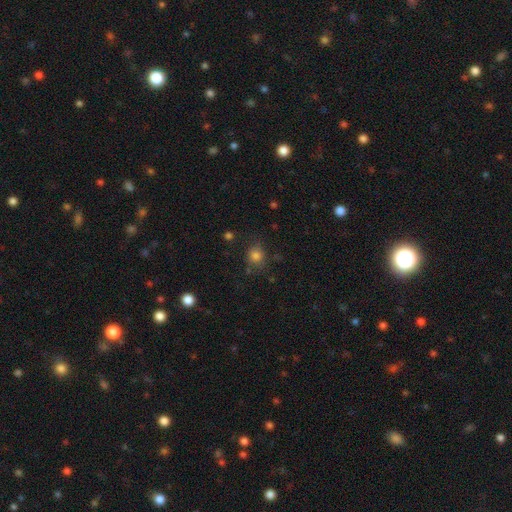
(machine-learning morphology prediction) A smooth galaxy with no disk features (79%) that is round (78%).

Vote fractions:
- Smooth or featured? smooth: 79% / star or artifact: 14% / featured or disk: 7%
- How rounded? round: 78% / in between: 21% / cigar-shaped: 1%
- Merging? none: 78% / minor disturbance: 15% / major disturbance: 5% / merger: 3%